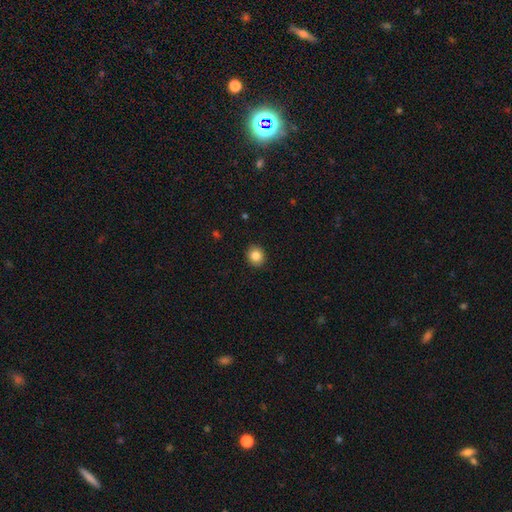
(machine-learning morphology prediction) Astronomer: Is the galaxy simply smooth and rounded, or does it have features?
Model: smooth — 85%.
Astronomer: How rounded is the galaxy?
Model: round — 83%.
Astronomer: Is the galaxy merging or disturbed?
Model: none — 92%.